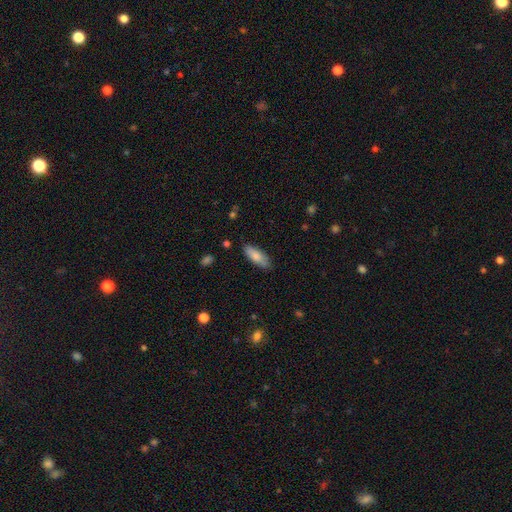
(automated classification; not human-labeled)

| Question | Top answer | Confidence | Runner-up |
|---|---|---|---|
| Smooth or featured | smooth | 80% | featured or disk (14%) |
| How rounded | in between | 68% | cigar-shaped (30%) |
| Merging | none | 83% | minor disturbance (13%) |